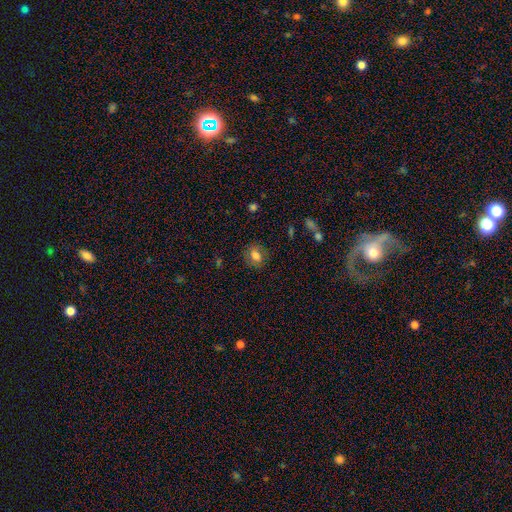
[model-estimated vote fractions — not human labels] This is likely a smooth galaxy (76%). How rounded: likely round (62%). Merging: clearly none (84%).